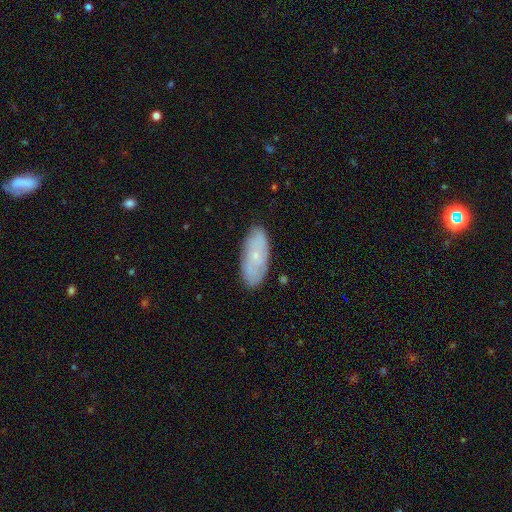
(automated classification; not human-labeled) This appears to be a smooth galaxy with no disk features (51%) that is in between round and cigar-shaped (85%). Merging: none (83%).